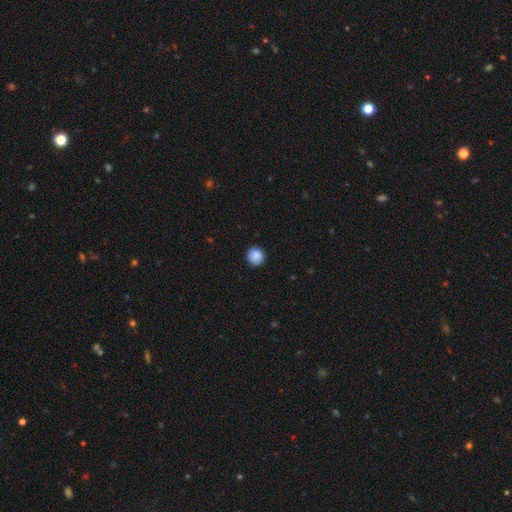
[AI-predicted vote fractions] A smooth galaxy with no disk features (88%) that is round (92%). Merging: none (90%).